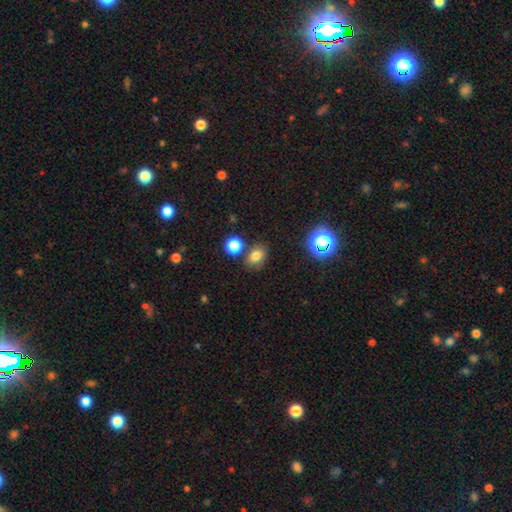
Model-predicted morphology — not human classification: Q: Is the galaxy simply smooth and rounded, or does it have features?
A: smooth — 76%.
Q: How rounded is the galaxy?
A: in between — 66%.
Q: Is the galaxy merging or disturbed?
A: none — 72%.